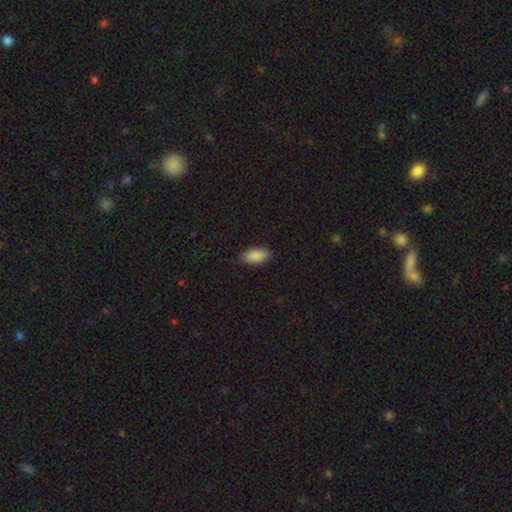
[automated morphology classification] This appears to be a smooth galaxy with no disk features (88%) that is in between round and cigar-shaped (92%). Merging: none (83%).